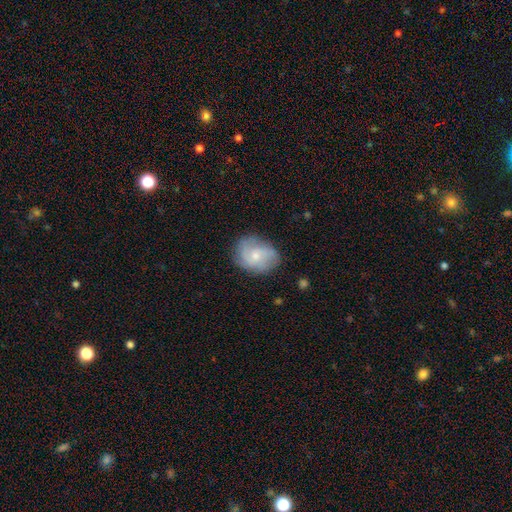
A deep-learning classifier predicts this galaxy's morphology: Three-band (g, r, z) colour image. It shows a featured or disk galaxy (55%) with no bar (69%), spiral arms (86%) and a small central bulge (59%). Merging: none (70%).